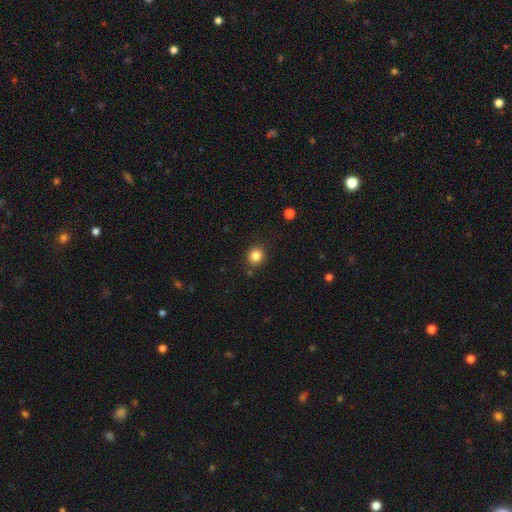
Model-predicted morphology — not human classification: type=smooth (84%); roundness=round (82%); merging=none (87%).